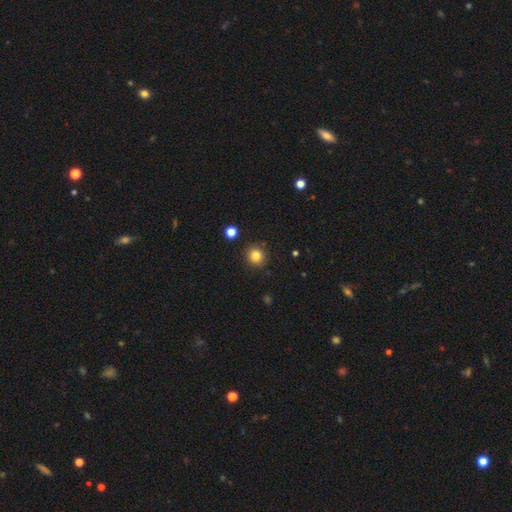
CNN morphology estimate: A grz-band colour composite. It shows a smooth galaxy with no disk features (83%) that is round (91%). Merging: none (90%).